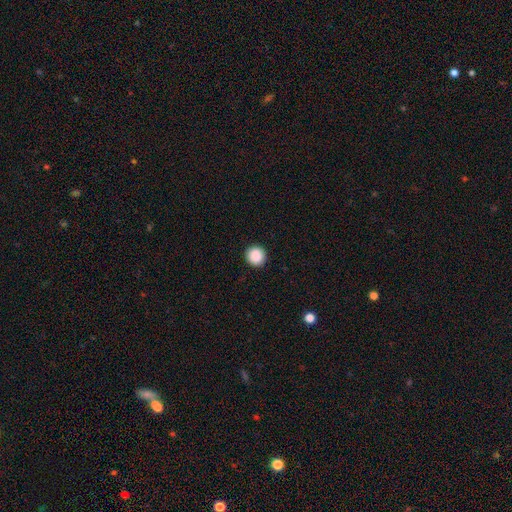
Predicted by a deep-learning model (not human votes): The model was most divided on "smooth or featured": smooth: 89%, star or artifact: 8%, featured or disk: 3%. More confident: how rounded — round (95%); merging — none (93%).